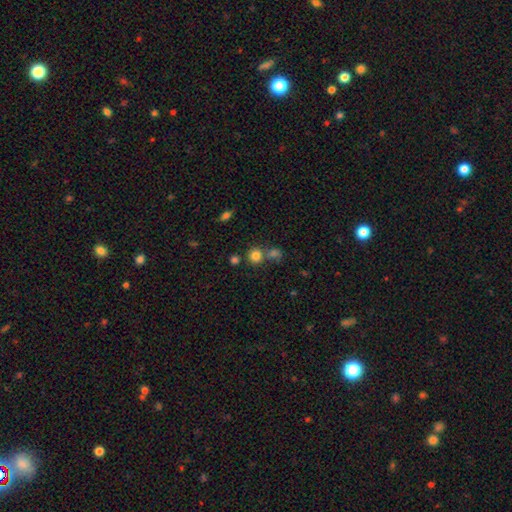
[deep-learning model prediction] This appears to be a smooth galaxy with no disk features (80%) that is round (89%). Merging: none (62%).